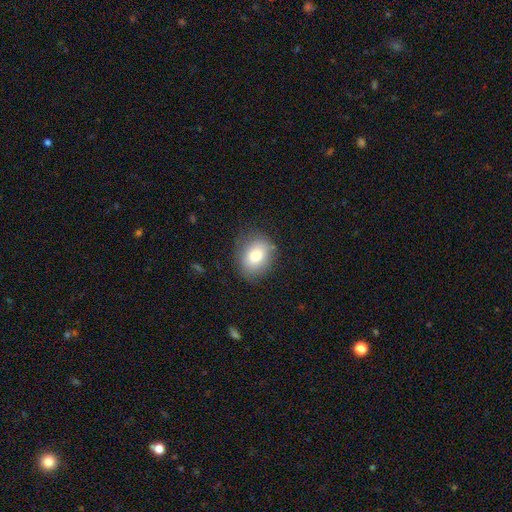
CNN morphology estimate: Smooth or featured? smooth (78%)
How rounded? round (52%)
Merging? none (81%)